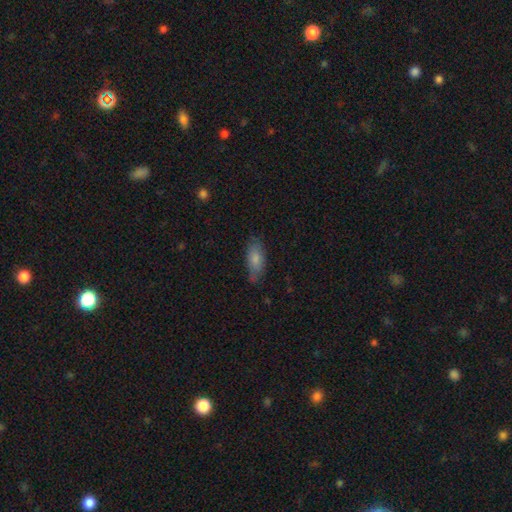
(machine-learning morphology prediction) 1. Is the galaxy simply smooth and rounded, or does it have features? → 69% smooth, 21% featured or disk, 10% star or artifact.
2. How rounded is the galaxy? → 67% in between, 30% cigar-shaped, 3% round.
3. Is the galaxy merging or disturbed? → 76% none, 19% minor disturbance, 4% major disturbance, 2% merger.